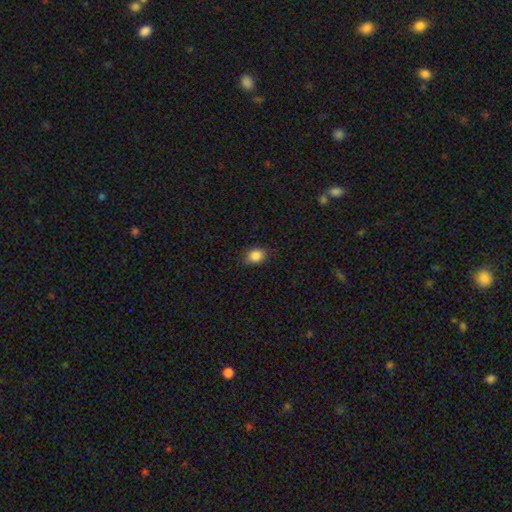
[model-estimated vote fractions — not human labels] Smooth or featured? smooth (86%)
How rounded? in between (60%)
Merging? none (79%)